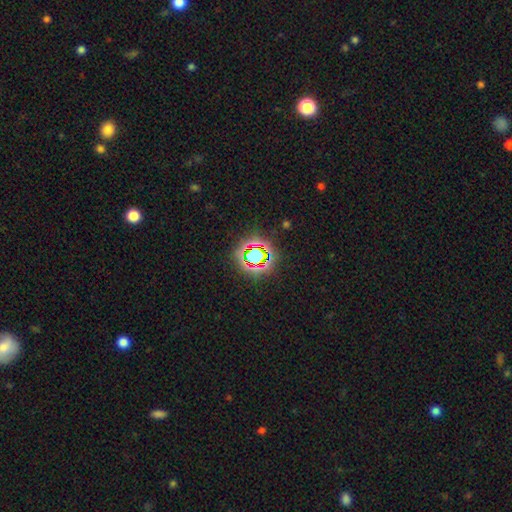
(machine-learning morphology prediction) Smooth or featured?
  - star or artifact: 65% *
  - smooth: 23%
  - featured or disk: 12%